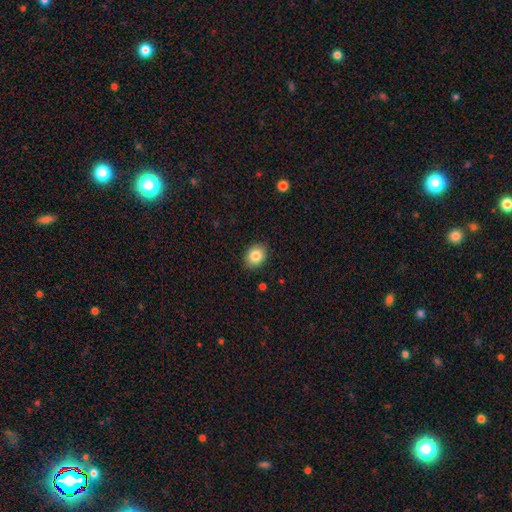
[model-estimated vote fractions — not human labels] A smooth galaxy with no disk features (84%) that is in between round and cigar-shaped (50%). Merging: none (89%).